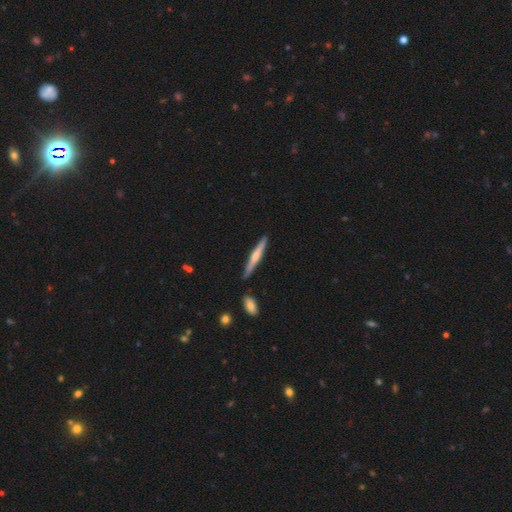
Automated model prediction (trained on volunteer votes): Smooth or featured?
  - featured or disk: 49% *
  - smooth: 46%
  - star or artifact: 5%
Merging?
  - none: 87% *
  - minor disturbance: 9%
  - merger: 3%
  - major disturbance: 2%